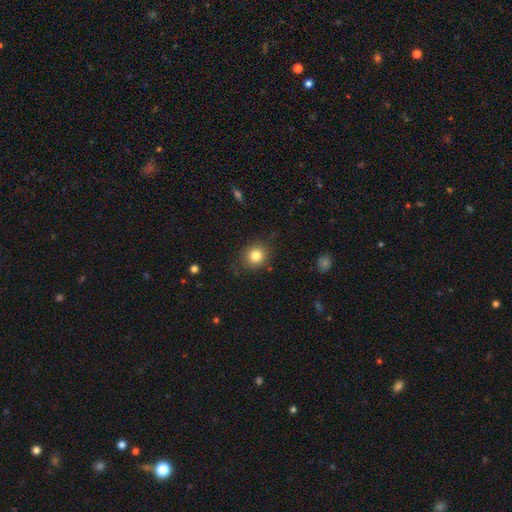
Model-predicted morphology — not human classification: A smooth galaxy with no disk features (82%) that is round (77%). Merging: none (83%).